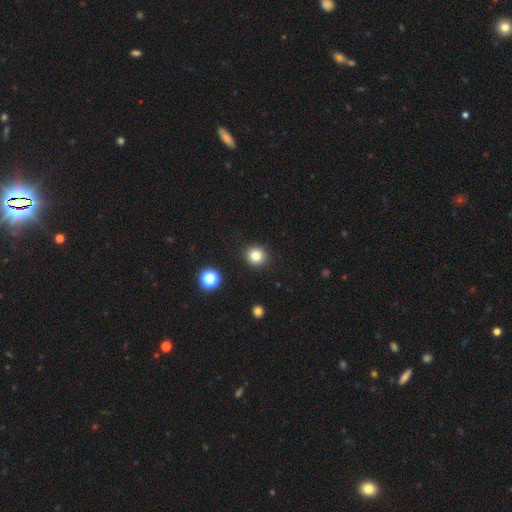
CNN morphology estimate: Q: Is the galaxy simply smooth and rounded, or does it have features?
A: smooth — 81%.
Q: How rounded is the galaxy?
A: round — 91%.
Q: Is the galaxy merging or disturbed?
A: none — 92%.